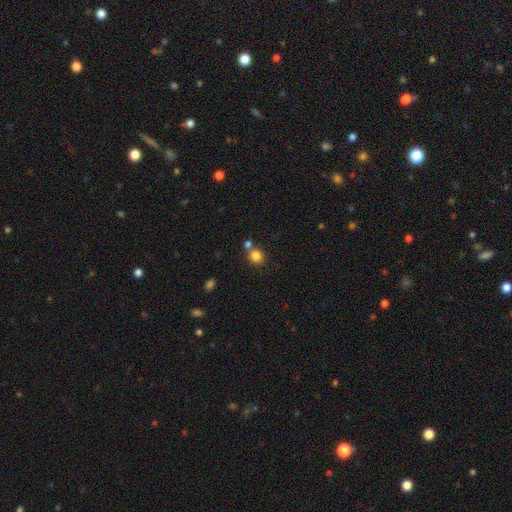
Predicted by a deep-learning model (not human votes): smooth_or_featured: smooth (p=0.83) [alt: star or artifact p=0.11]
how_rounded: round (p=0.88) [alt: in between p=0.11]
merging: none (p=0.63) [alt: merger p=0.26]